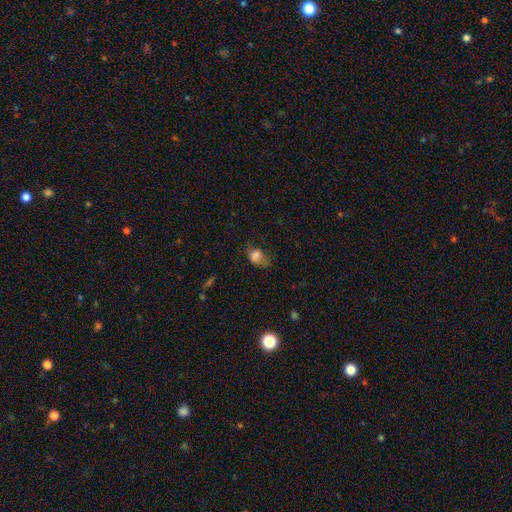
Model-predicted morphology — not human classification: type=smooth (76%); roundness=in between (73%); merging=none (37%).